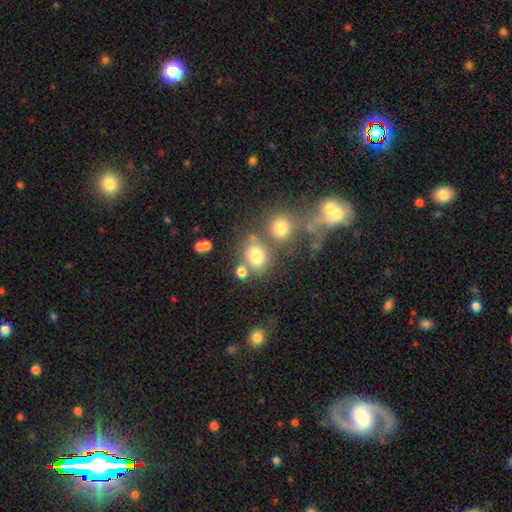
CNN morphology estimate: Overall: smooth (74%). How rounded: round (74%). Merging: none (58%; merger 24%).